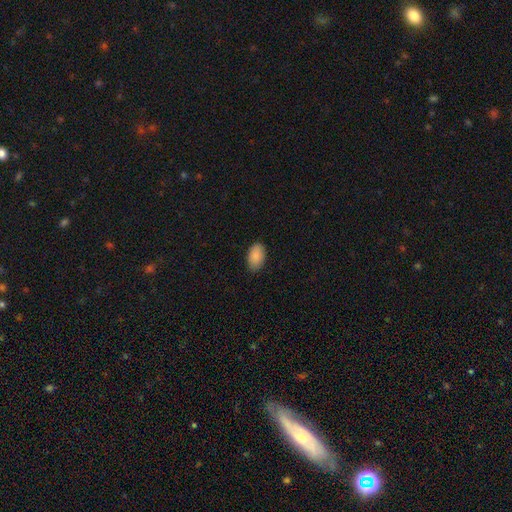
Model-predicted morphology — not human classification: Smooth or featured: smooth — 89% (star or artifact — 7%)
How rounded: in between — 93% (round — 5%)
Merging: none — 85% (minor disturbance — 12%)